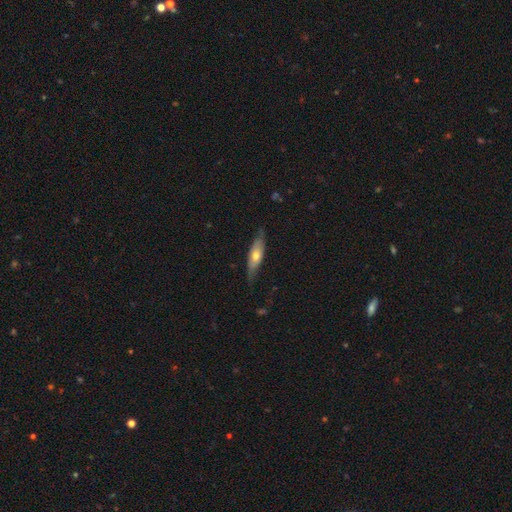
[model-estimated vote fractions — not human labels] Overall: smooth (52%; featured or disk 42%). How rounded: cigar-shaped (50%; in between 47%). Merging: none (72%).